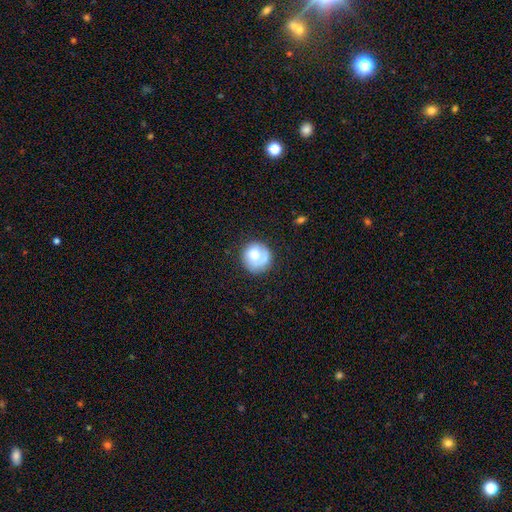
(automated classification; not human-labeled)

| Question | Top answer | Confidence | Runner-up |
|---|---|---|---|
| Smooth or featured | smooth | 70% | featured or disk (23%) |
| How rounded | round | 90% | in between (9%) |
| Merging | none | 68% | minor disturbance (19%) |